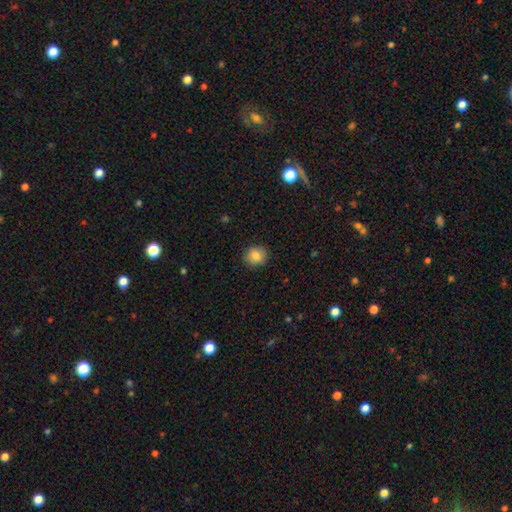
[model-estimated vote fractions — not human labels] A smooth galaxy with no disk features (83%) that is round (82%). Merging: none (89%).